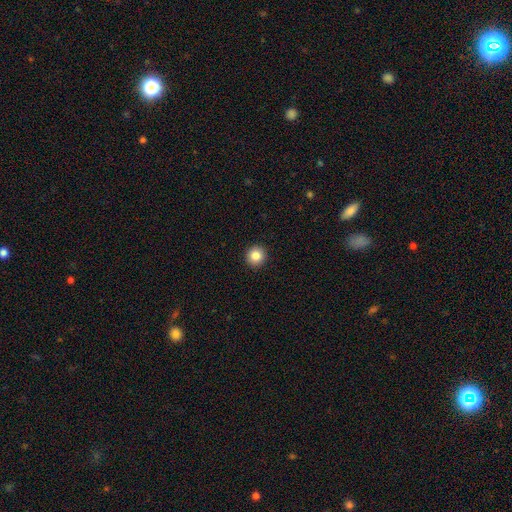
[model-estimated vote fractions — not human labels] Q: Smooth or featured?
A: smooth (85%); runner-up: star or artifact (10%)
Q: How rounded?
A: round (94%); runner-up: in between (5%)
Q: Merging?
A: none (93%); runner-up: minor disturbance (4%)